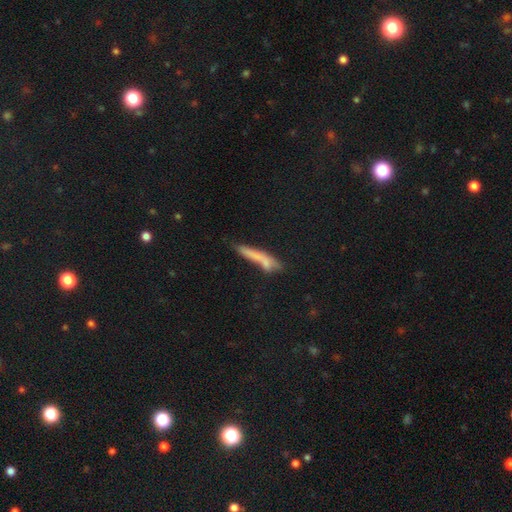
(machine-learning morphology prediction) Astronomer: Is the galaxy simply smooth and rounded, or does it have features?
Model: smooth — 63%.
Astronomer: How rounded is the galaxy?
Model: cigar-shaped — 88%.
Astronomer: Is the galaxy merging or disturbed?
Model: none — 53%.